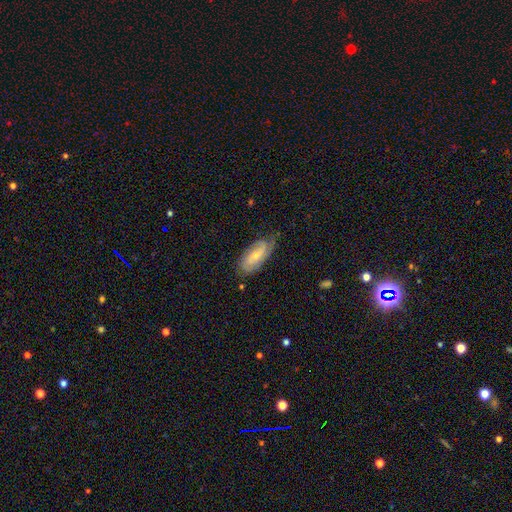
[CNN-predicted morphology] smooth-or-featured: featured or disk: 57% | smooth: 37% | star or artifact: 6%
  disk-edge-on: no: 90% | yes: 10%
    bar: no: 47% | weak: 39% | strong: 14%
    has-spiral-arms: yes: 86% | no: 14%
    bulge-size: small: 63% | moderate: 32% | none: 3% | large: 1% | dominant: 1%
  merging: none: 70% | minor disturbance: 23% | major disturbance: 5% | merger: 2%